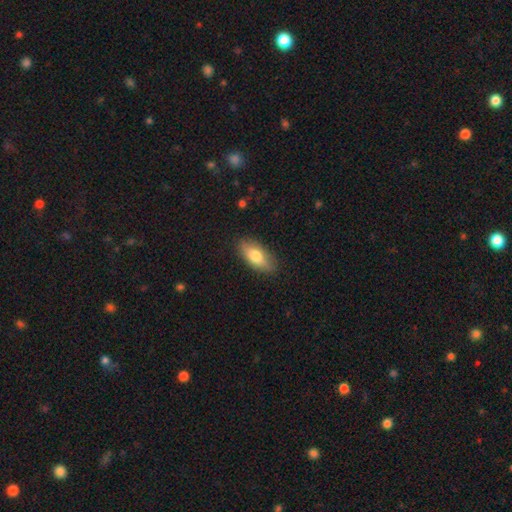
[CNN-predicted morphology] Smooth or featured? Predicted: smooth (p=0.75). How rounded? Predicted: in between (p=0.82). Merging? Predicted: none (p=0.86).